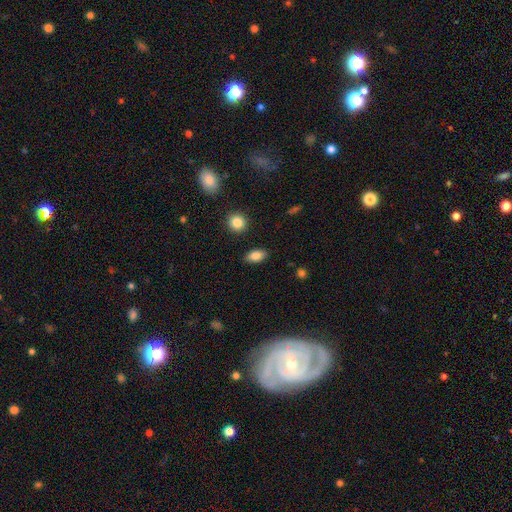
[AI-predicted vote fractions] smooth_or_featured: smooth (p=0.84) [alt: featured or disk p=0.08]
how_rounded: in between (p=0.89) [alt: round p=0.06]
merging: none (p=0.88) [alt: minor disturbance p=0.08]